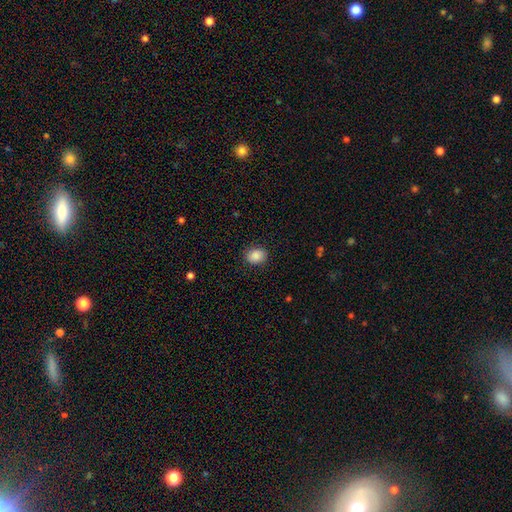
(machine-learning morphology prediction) Q: Smooth or featured?
A: smooth (88%); runner-up: star or artifact (8%)
Q: How rounded?
A: in between (53%); runner-up: round (46%)
Q: Merging?
A: none (87%); runner-up: minor disturbance (9%)